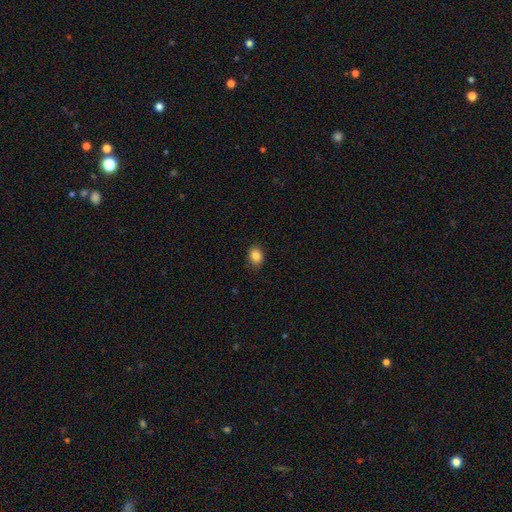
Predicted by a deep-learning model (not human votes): This appears to be a smooth galaxy with no disk features (85%) that is in between round and cigar-shaped (62%). Merging: none (85%).